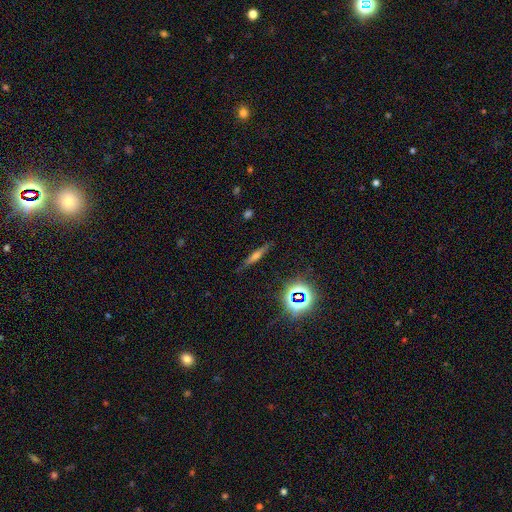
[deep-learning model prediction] Smooth or featured? featured or disk (45%)
Merging? none (85%)